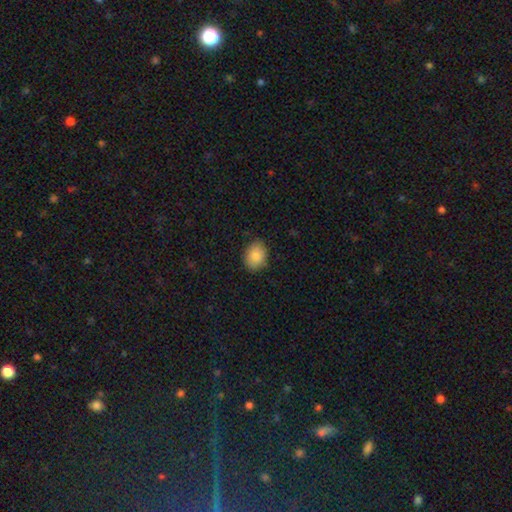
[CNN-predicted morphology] smooth_or_featured: smooth (p=0.85) [alt: featured or disk p=0.08]
how_rounded: in between (p=0.65) [alt: round p=0.34]
merging: none (p=0.85) [alt: minor disturbance p=0.12]